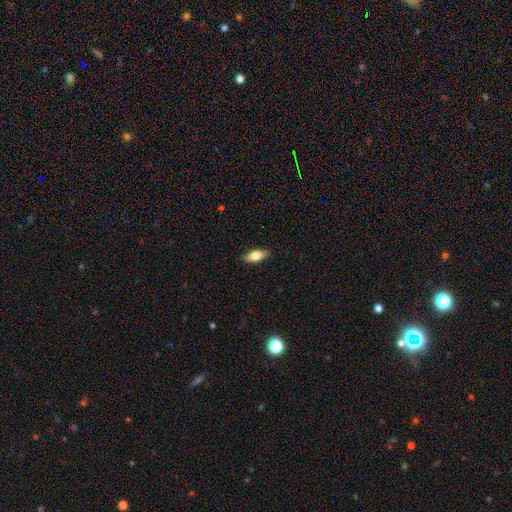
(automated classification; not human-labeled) Q: Smooth or featured?
A: smooth (73%); runner-up: featured or disk (20%)
Q: How rounded?
A: in between (76%); runner-up: cigar-shaped (21%)
Q: Merging?
A: none (89%); runner-up: minor disturbance (9%)